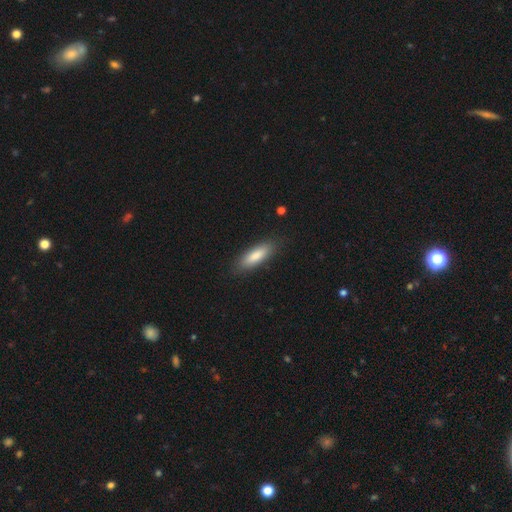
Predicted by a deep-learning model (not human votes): The model was most divided on "how rounded": in between: 54%, cigar-shaped: 44%, round: 2%. More confident: merging — none (86%); smooth or featured — smooth (84%).